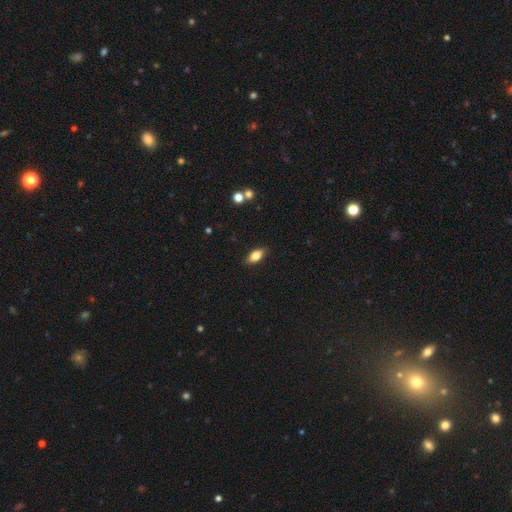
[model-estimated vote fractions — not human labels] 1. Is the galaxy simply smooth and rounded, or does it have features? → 78% smooth, 14% featured or disk, 8% star or artifact.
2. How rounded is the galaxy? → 86% in between, 10% cigar-shaped, 4% round.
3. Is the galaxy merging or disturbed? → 87% none, 10% minor disturbance, 2% major disturbance, 1% merger.